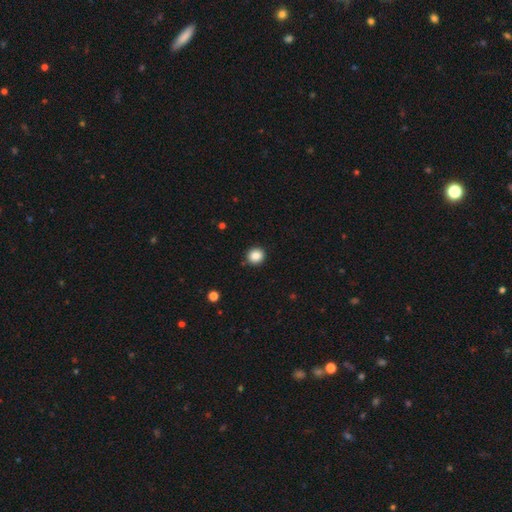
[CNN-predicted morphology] type=smooth (86%); roundness=round (88%); merging=none (91%).